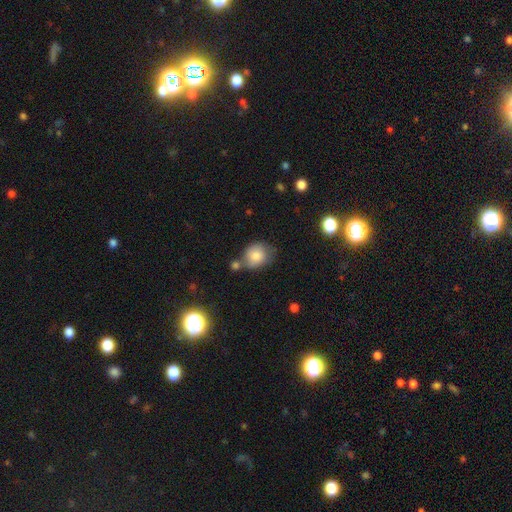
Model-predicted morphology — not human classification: smooth 80%, featured or disk 11%, star or artifact 9%. Down the decision tree: how rounded — round (70%); merging — none (55%).